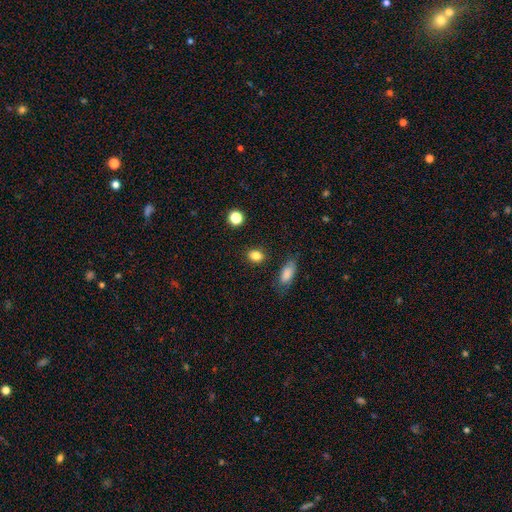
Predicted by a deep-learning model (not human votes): Q: Smooth or featured?
A: smooth (84%); runner-up: star or artifact (11%)
Q: How rounded?
A: in between (54%); runner-up: round (44%)
Q: Merging?
A: none (86%); runner-up: minor disturbance (9%)